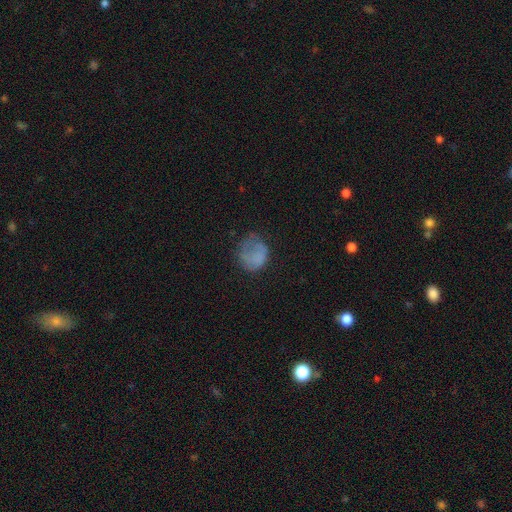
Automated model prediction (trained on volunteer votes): smooth-or-featured: smooth: 70% | featured or disk: 19% | star or artifact: 11%
  how-rounded: round: 64% | in between: 35% | cigar-shaped: 1%
  merging: none: 39% | major disturbance: 30% | minor disturbance: 29% | merger: 2%